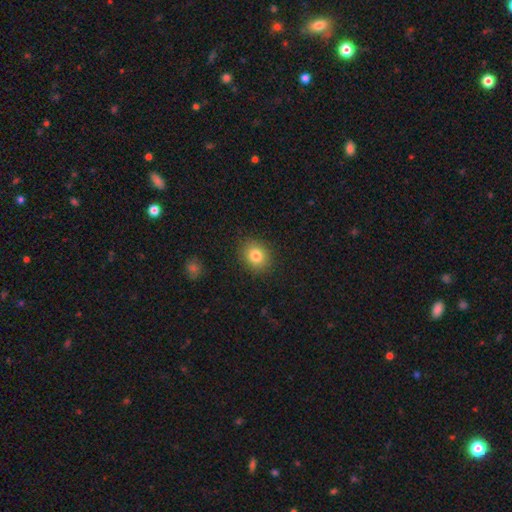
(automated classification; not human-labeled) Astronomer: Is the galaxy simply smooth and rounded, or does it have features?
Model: smooth — 82%.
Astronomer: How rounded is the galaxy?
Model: round — 59% (runner-up: in between, 40%).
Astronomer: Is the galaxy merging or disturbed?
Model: none — 88%.